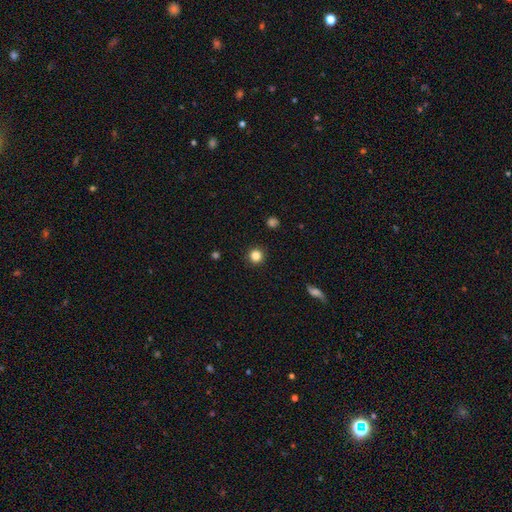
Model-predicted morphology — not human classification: Q: Smooth or featured?
A: smooth (84%); runner-up: star or artifact (12%)
Q: How rounded?
A: round (95%); runner-up: in between (4%)
Q: Merging?
A: none (93%); runner-up: minor disturbance (5%)